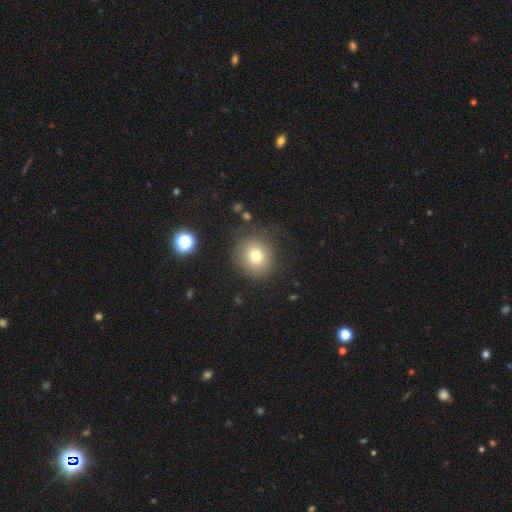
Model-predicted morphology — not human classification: This appears to be a smooth galaxy with no disk features (75%) that is round (85%). Merging: none (80%).